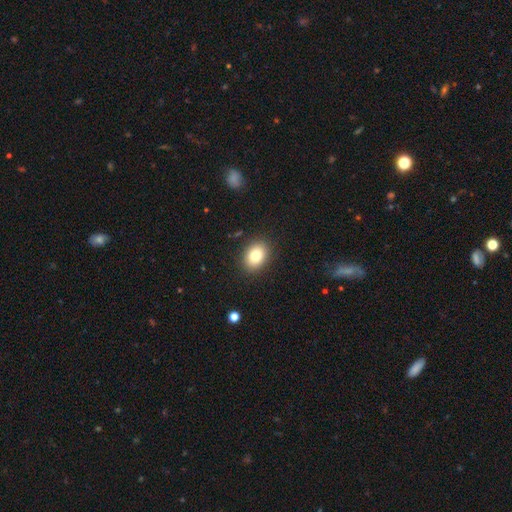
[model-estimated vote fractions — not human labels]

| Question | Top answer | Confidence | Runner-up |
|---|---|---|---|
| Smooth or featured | smooth | 81% | featured or disk (10%) |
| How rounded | in between | 69% | round (30%) |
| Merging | none | 88% | minor disturbance (8%) |